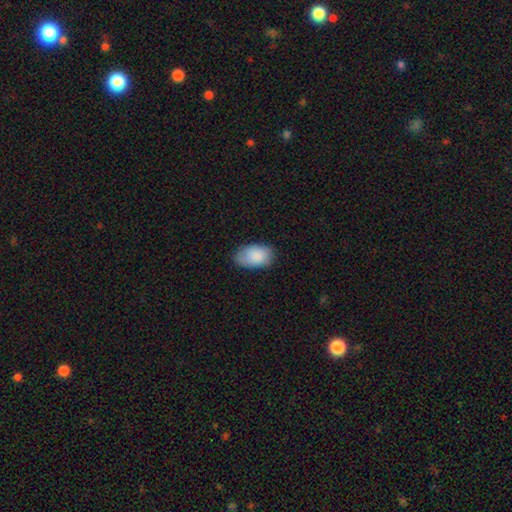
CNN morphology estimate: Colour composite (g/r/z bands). It shows a smooth galaxy with no disk features (88%) that is in between round and cigar-shaped (93%). Merging: none (78%).